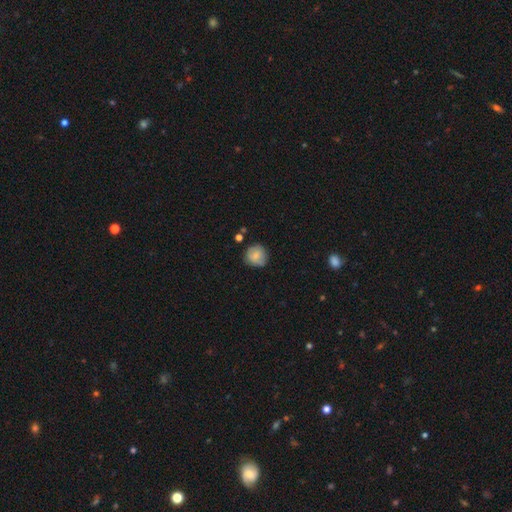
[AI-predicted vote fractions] smooth-or-featured: smooth: 75% | featured or disk: 17% | star or artifact: 8%
  how-rounded: round: 88% | in between: 11% | cigar-shaped: 1%
  merging: none: 74% | minor disturbance: 20% | major disturbance: 4% | merger: 3%